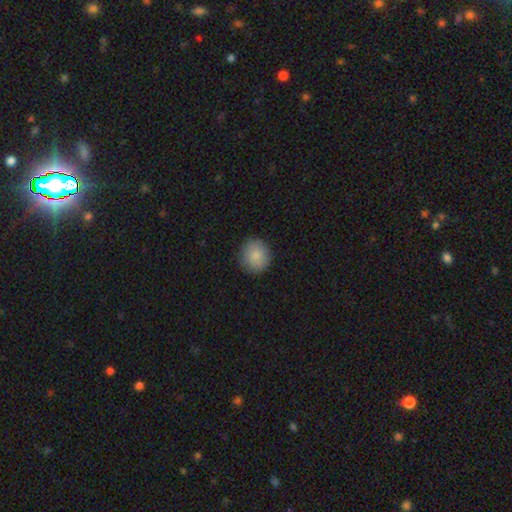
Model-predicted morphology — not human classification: smooth 87%, star or artifact 7%, featured or disk 6%. Down the decision tree: how rounded — round (87%); merging — none (87%).